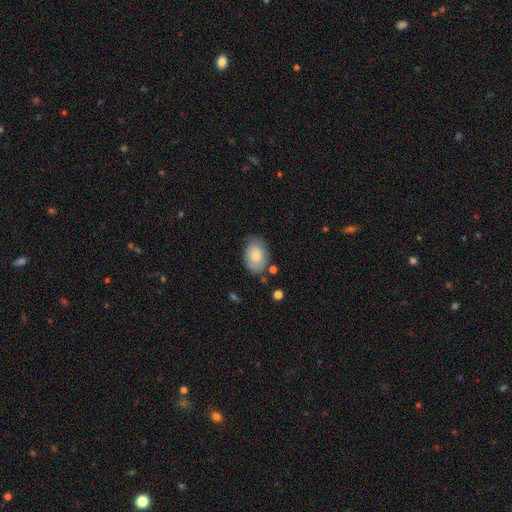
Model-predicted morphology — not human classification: Smooth or featured: smooth — 74% (featured or disk — 19%)
How rounded: in between — 83% (round — 16%)
Merging: none — 68% (minor disturbance — 23%)